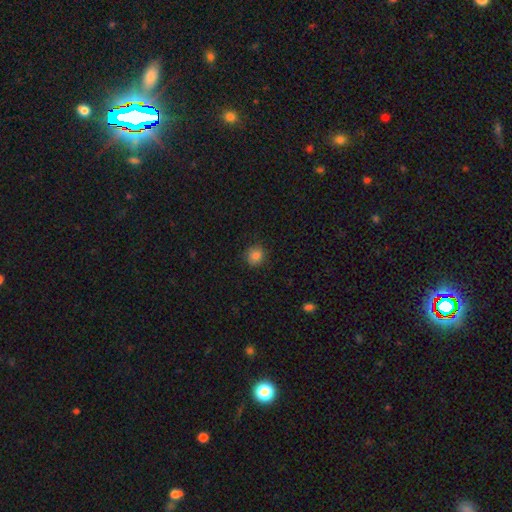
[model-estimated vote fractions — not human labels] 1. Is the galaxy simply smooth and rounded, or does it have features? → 83% smooth, 12% star or artifact, 5% featured or disk.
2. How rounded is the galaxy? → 90% round, 9% in between, 1% cigar-shaped.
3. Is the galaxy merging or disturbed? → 89% none, 8% minor disturbance, 2% major disturbance, 1% merger.